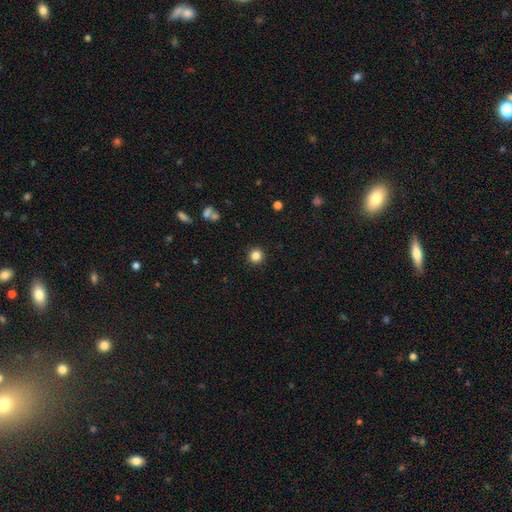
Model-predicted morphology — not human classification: Smooth or featured: smooth — 84% (star or artifact — 12%)
How rounded: round — 94% (in between — 5%)
Merging: none — 92% (minor disturbance — 5%)